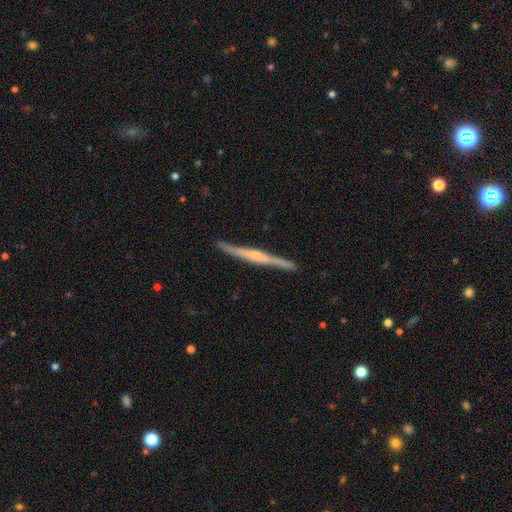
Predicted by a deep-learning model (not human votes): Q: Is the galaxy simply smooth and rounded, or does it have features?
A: featured or disk — 73%.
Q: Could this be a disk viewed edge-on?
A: yes — 97%.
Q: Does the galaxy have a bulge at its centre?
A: rounded — 59%.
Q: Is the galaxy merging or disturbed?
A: none — 87%.